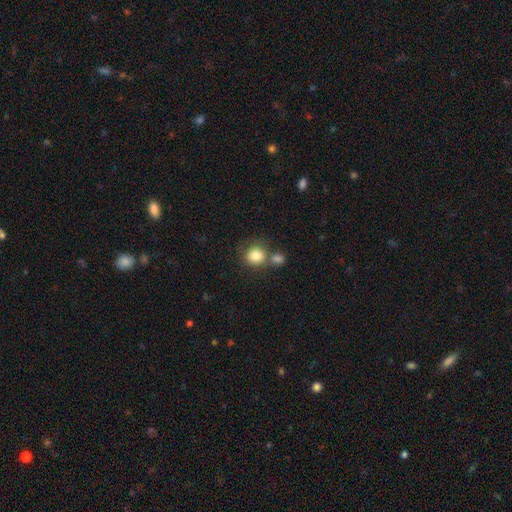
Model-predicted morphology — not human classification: Smooth or featured? smooth (83%)
How rounded? round (85%)
Merging? none (57%)